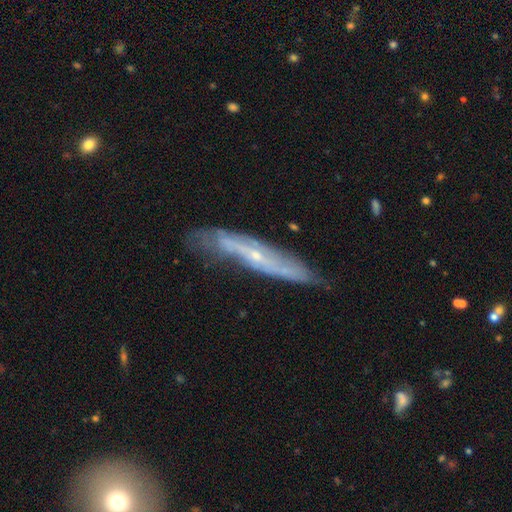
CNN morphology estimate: Q: Smooth or featured?
A: featured or disk (75%); runner-up: smooth (18%)
Q: Edge-on disk?
A: yes (53%); runner-up: no (47%)
Q: Merging?
A: none (65%); runner-up: minor disturbance (25%)